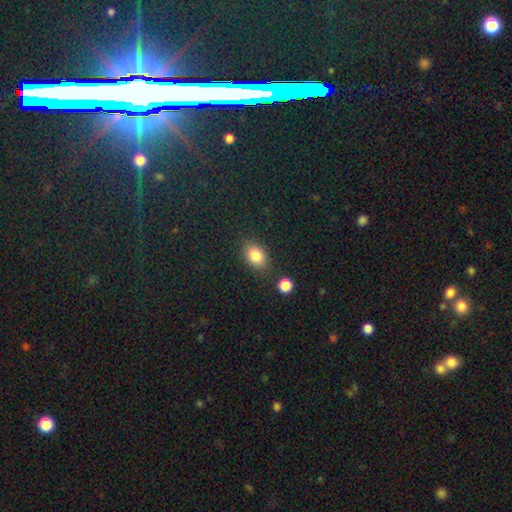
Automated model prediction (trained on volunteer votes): Smooth or featured: smooth — 84% (star or artifact — 10%)
How rounded: in between — 76% (round — 23%)
Merging: none — 80% (minor disturbance — 13%)